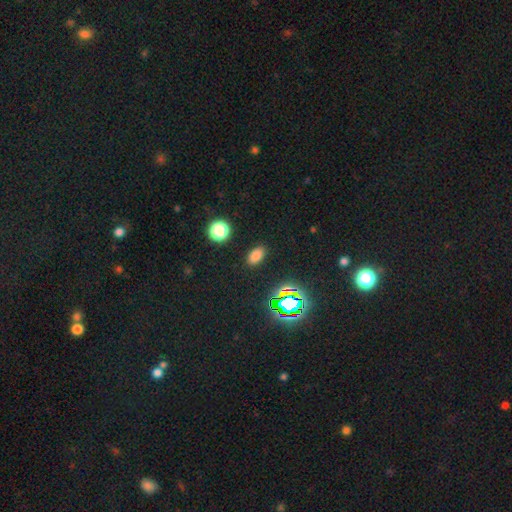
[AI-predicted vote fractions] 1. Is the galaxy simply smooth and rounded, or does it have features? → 74% smooth, 21% star or artifact, 6% featured or disk.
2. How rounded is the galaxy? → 88% in between, 9% round, 3% cigar-shaped.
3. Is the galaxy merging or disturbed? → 88% none, 8% minor disturbance, 3% major disturbance, 2% merger.